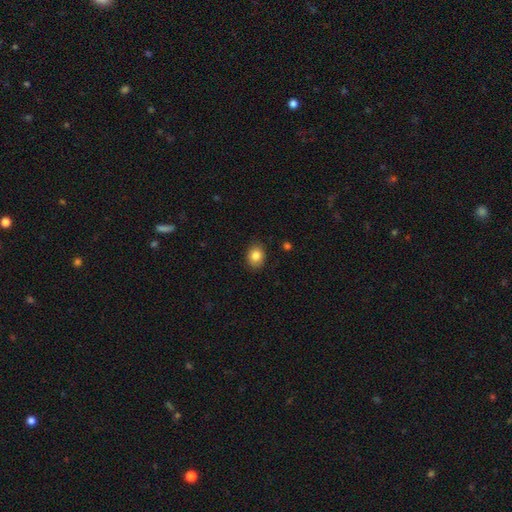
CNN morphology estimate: smooth-or-featured: smooth: 84% | star or artifact: 9% | featured or disk: 7%
  how-rounded: in between: 53% | round: 46% | cigar-shaped: 1%
  merging: none: 87% | minor disturbance: 10% | major disturbance: 2% | merger: 1%